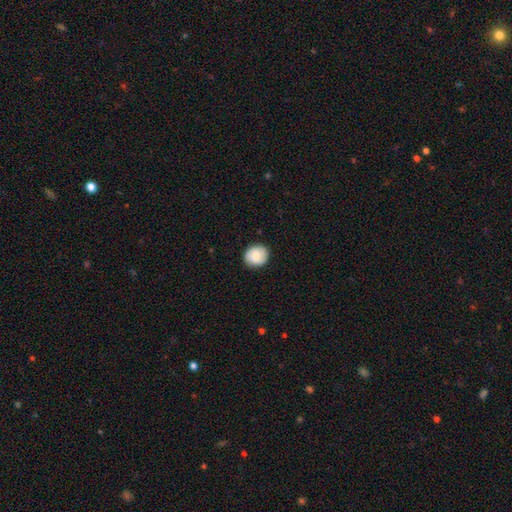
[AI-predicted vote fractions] Q: Smooth or featured?
A: smooth (77%); runner-up: featured or disk (15%)
Q: How rounded?
A: round (84%); runner-up: in between (16%)
Q: Merging?
A: none (87%); runner-up: minor disturbance (10%)